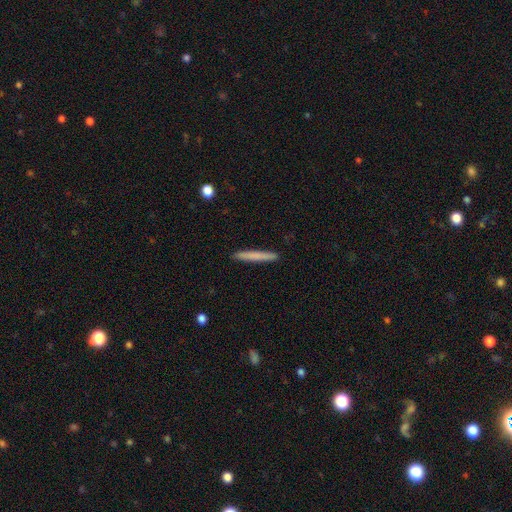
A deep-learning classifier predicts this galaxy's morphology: This appears to be a smooth galaxy with no disk features (74%) that is cigar-shaped (97%). Merging: none (93%).